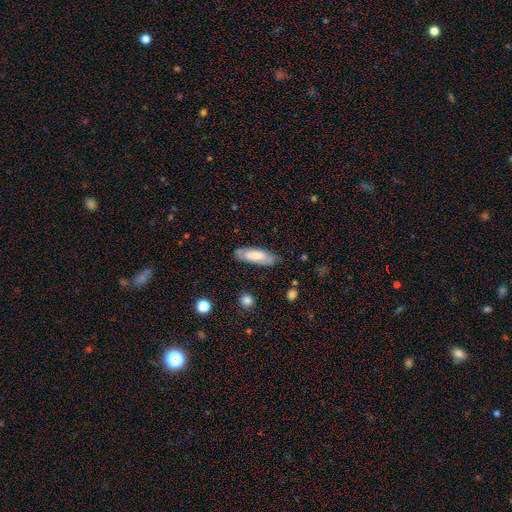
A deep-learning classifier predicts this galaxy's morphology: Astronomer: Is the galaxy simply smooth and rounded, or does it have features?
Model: smooth — 62%.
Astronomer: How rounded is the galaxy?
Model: in between — 57% (runner-up: cigar-shaped, 41%).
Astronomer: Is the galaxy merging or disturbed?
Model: none — 77%.